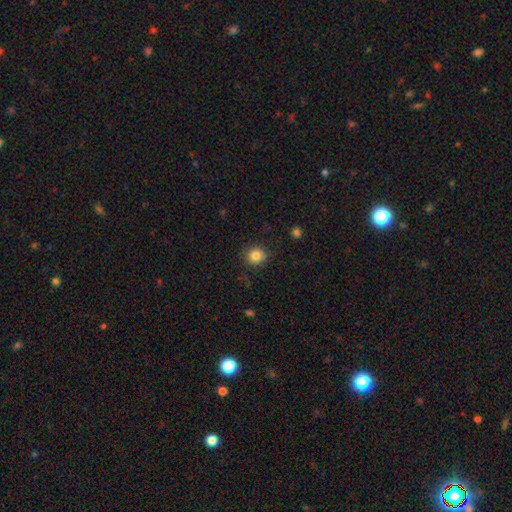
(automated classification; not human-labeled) smooth-or-featured: smooth: 85% | star or artifact: 10% | featured or disk: 5%
  how-rounded: round: 86% | in between: 13% | cigar-shaped: 1%
  merging: none: 88% | minor disturbance: 8% | major disturbance: 2% | merger: 1%